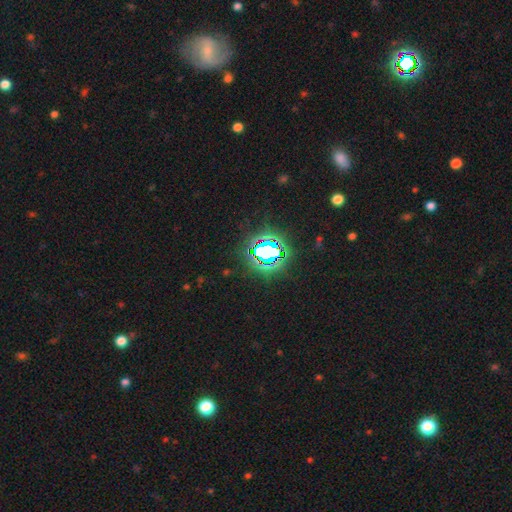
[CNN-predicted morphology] type=star or artifact (80%).